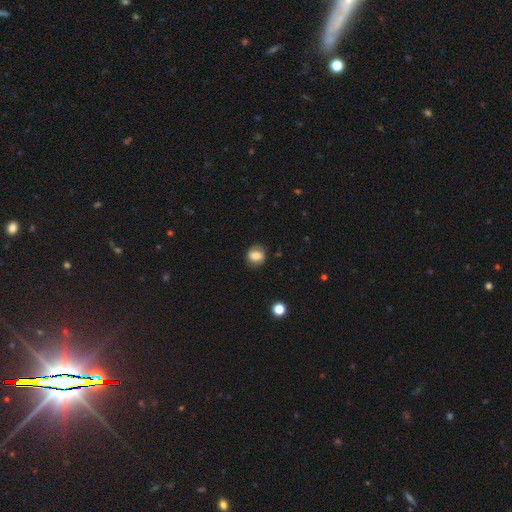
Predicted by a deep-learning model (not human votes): smooth 71%, featured or disk 19%, star or artifact 10%. Down the decision tree: how rounded — round (61%); merging — none (81%).